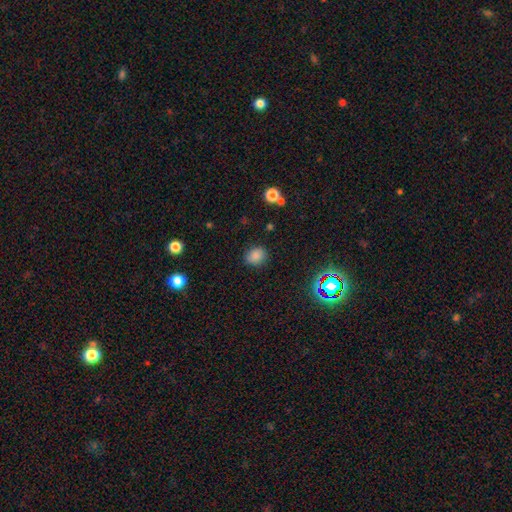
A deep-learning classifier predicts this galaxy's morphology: Smooth or featured: smooth — 81% (star or artifact — 14%)
How rounded: round — 64% (in between — 35%)
Merging: none — 84% (minor disturbance — 11%)